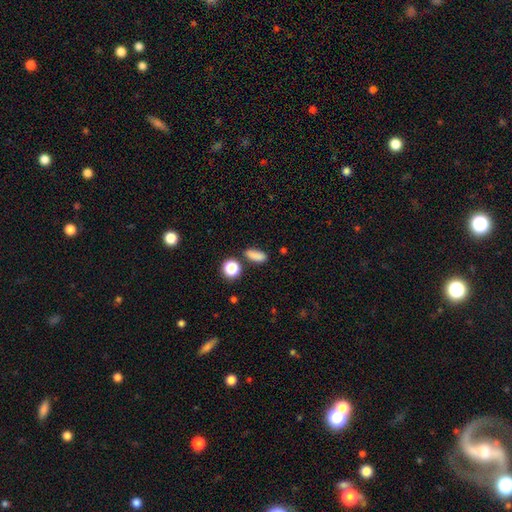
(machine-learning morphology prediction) Q: Smooth or featured?
A: smooth (83%); runner-up: star or artifact (12%)
Q: How rounded?
A: in between (68%); runner-up: cigar-shaped (19%)
Q: Merging?
A: none (79%); runner-up: minor disturbance (12%)